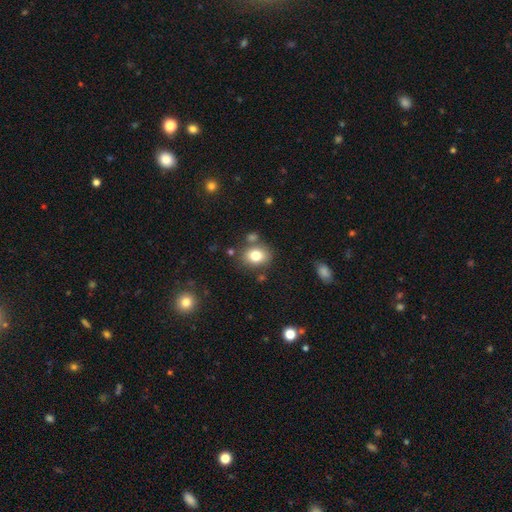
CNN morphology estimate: A smooth galaxy with no disk features (78%) that is round (50%). Merging: none (73%).